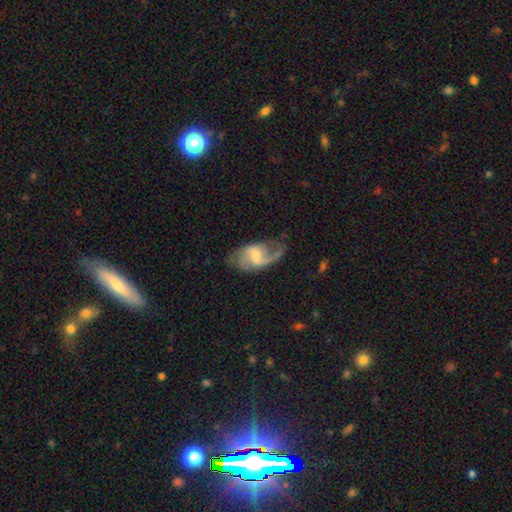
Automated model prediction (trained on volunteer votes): Smooth or featured? featured or disk (81%)
Edge-on disk? no (97%)
Bar? weak (53%)
Spiral arms? yes (95%)
Spiral winding? loose (45%)
Spiral arm count? 2 (70%)
Bulge size? moderate (41%)
Merging? none (63%)